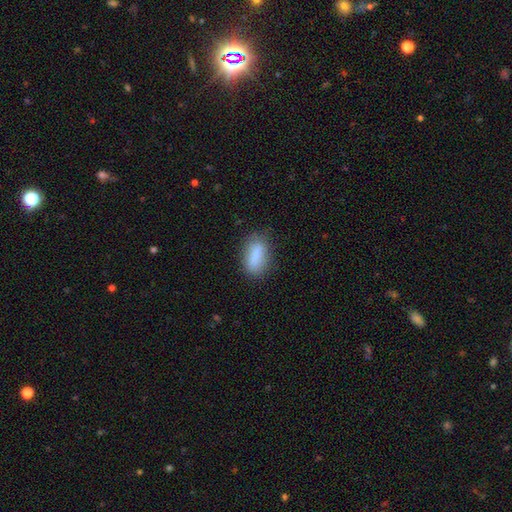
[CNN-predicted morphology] Smooth or featured? Predicted: smooth (p=0.84). How rounded? Predicted: in between (p=0.80). Merging? Predicted: none (p=0.78).